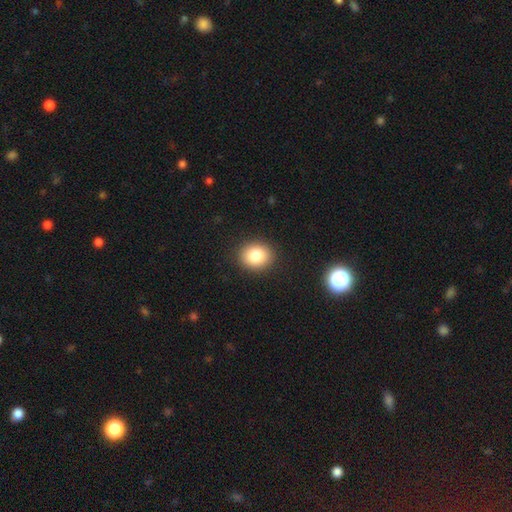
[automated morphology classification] Smooth or featured? Predicted: smooth (p=0.83). How rounded? Predicted: round (p=0.61). Merging? Predicted: none (p=0.90).